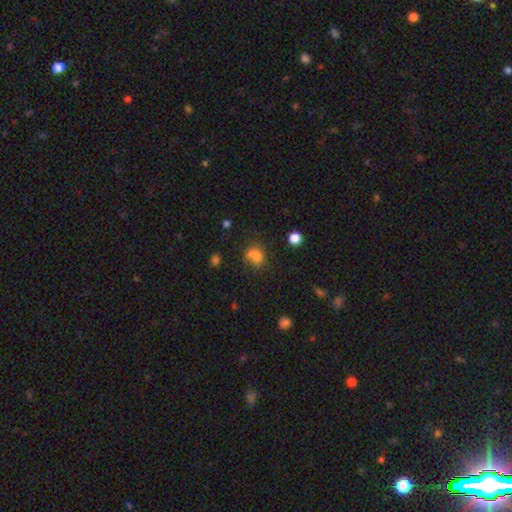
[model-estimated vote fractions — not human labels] A smooth galaxy with no disk features (72%) that is round (61%). Merging: none (41%).